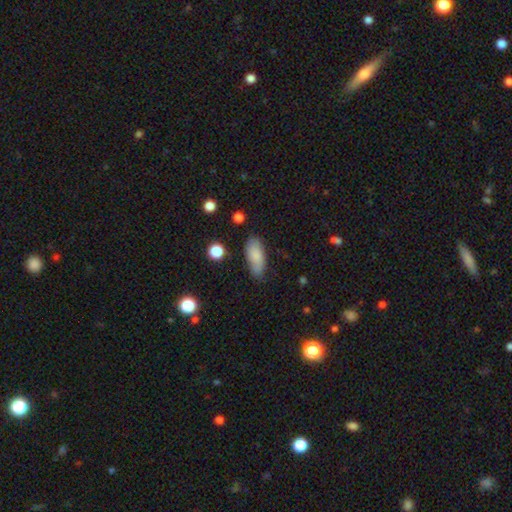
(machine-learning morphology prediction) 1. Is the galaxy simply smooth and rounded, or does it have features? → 83% smooth, 10% featured or disk, 7% star or artifact.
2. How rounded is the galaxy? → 84% in between, 14% cigar-shaped, 2% round.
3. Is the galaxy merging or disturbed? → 73% none, 20% minor disturbance, 4% major disturbance, 2% merger.